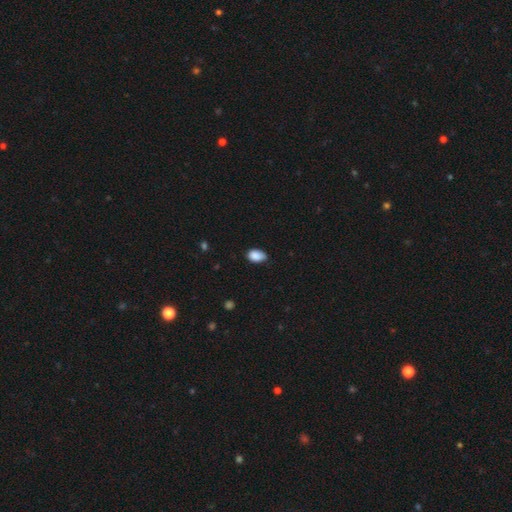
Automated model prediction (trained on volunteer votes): A smooth galaxy with no disk features (88%) that is in between round and cigar-shaped (87%).

Vote fractions:
- Smooth or featured? smooth: 88% / star or artifact: 8% / featured or disk: 4%
- How rounded? in between: 87% / round: 11% / cigar-shaped: 1%
- Merging? none: 69% / minor disturbance: 27% / major disturbance: 4% / merger: 1%